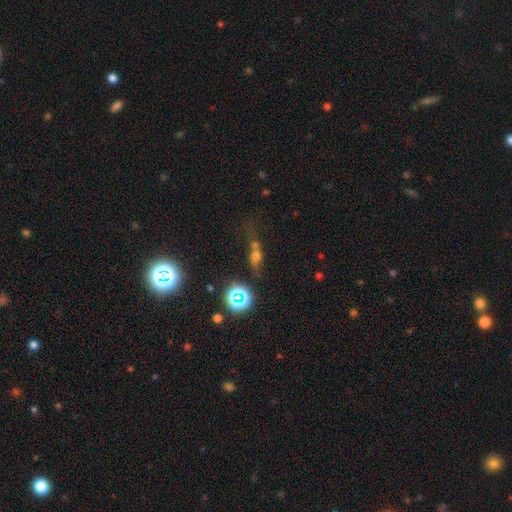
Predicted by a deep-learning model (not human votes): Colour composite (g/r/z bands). It shows a smooth galaxy with no disk features (50%). Merging: none (44%).